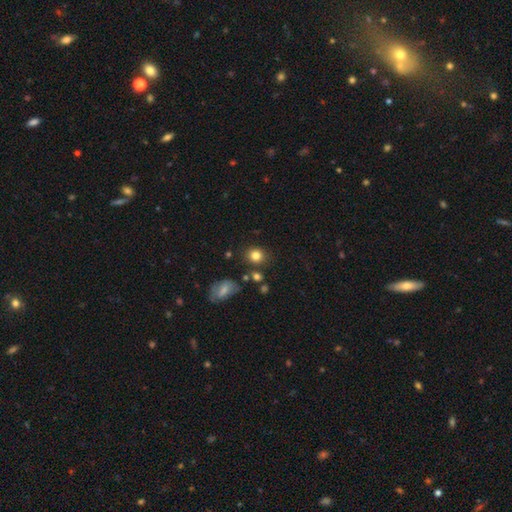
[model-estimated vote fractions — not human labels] Overall: smooth (82%). How rounded: round (75%). Merging: none (79%).